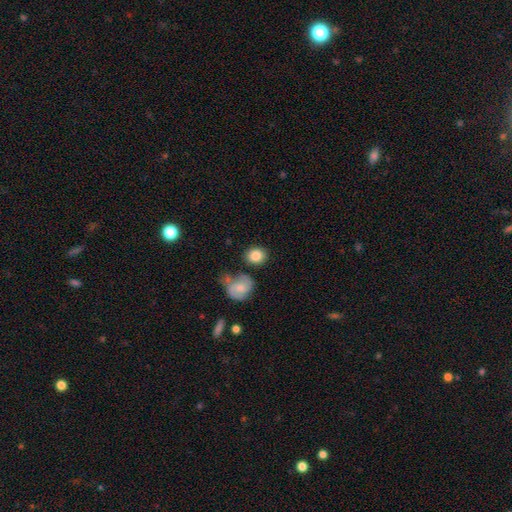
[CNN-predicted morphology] This is clearly a smooth galaxy (85%). How rounded: likely round (63%). Merging: likely none (75%).